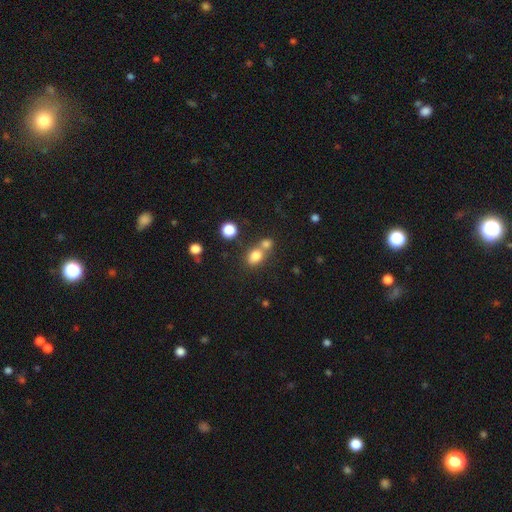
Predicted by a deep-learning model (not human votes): Overall: smooth (79%). How rounded: in between (59%; round 40%). Merging: none (46%; merger 41%).